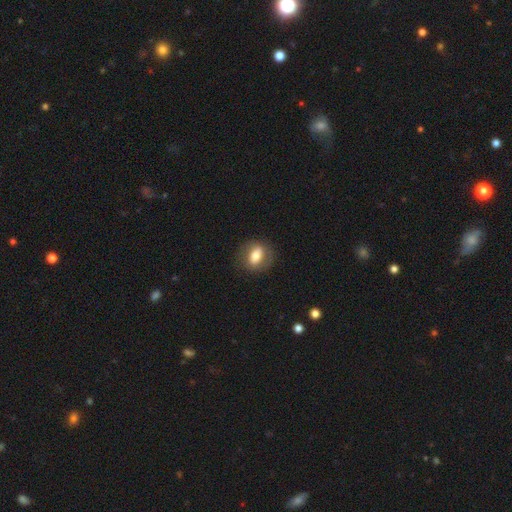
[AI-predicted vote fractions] Smooth or featured: smooth — 60% (featured or disk — 33%)
How rounded: in between — 62% (round — 34%)
Merging: none — 81% (minor disturbance — 12%)